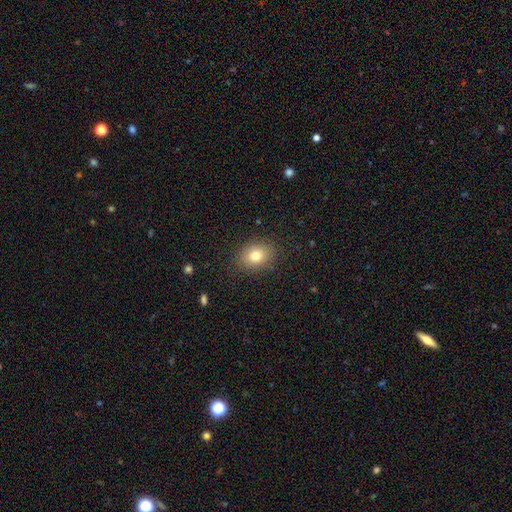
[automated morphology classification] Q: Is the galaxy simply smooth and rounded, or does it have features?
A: smooth — 78%.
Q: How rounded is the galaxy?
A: in between — 56%.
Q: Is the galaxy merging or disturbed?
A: none — 86%.